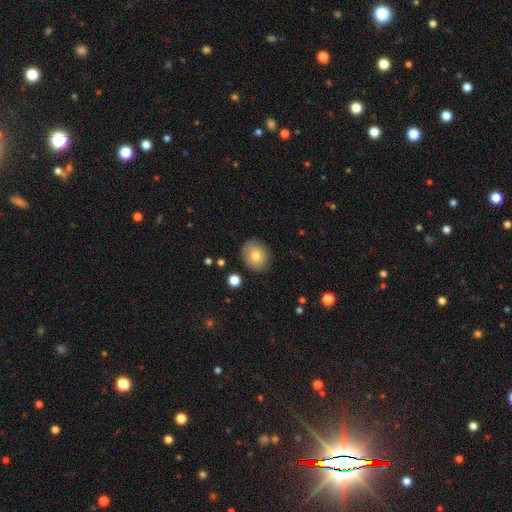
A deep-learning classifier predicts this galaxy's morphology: smooth 77%, featured or disk 15%, star or artifact 9%. Down the decision tree: how rounded — round (58%); merging — none (84%).